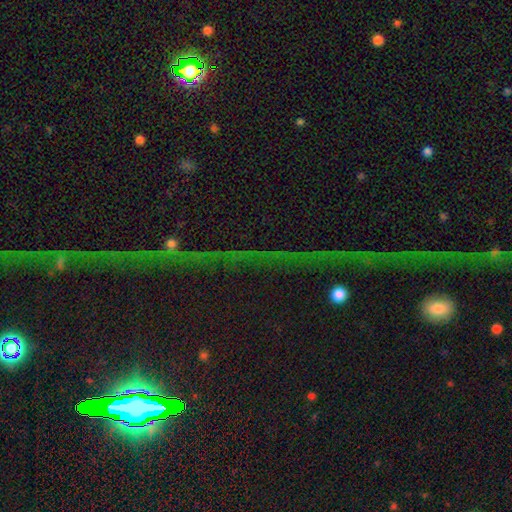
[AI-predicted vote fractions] smooth-or-featured: star or artifact: 78% | featured or disk: 13% | smooth: 9%